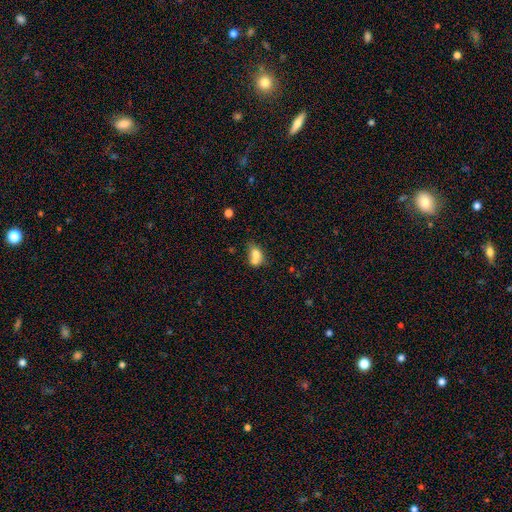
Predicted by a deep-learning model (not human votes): Q: Smooth or featured?
A: smooth (71%); runner-up: featured or disk (19%)
Q: How rounded?
A: in between (61%); runner-up: round (37%)
Q: Merging?
A: merger (60%); runner-up: none (23%)